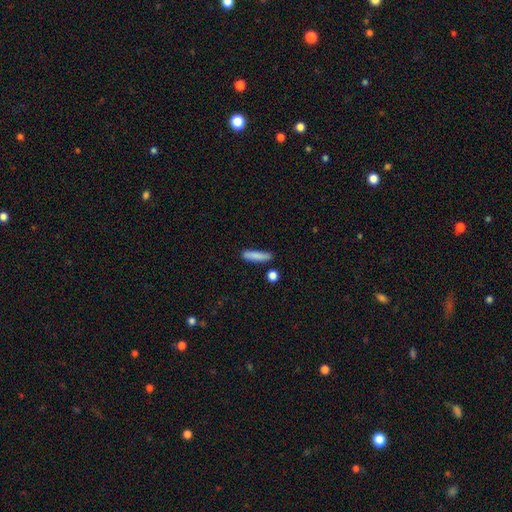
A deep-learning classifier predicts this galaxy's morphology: A smooth galaxy with no disk features (84%) that is cigar-shaped (78%).

Vote fractions:
- Smooth or featured? smooth: 84% / featured or disk: 9% / star or artifact: 7%
- How rounded? cigar-shaped: 78% / in between: 20% / round: 2%
- Merging? none: 80% / minor disturbance: 13% / merger: 4% / major disturbance: 3%